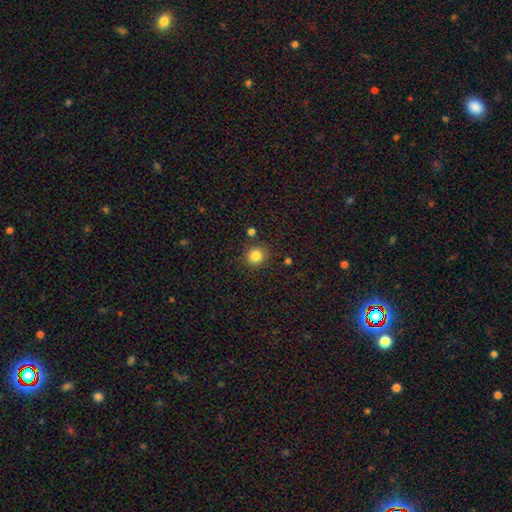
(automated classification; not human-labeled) A smooth galaxy with no disk features (84%) that is round (90%). Merging: none (87%).